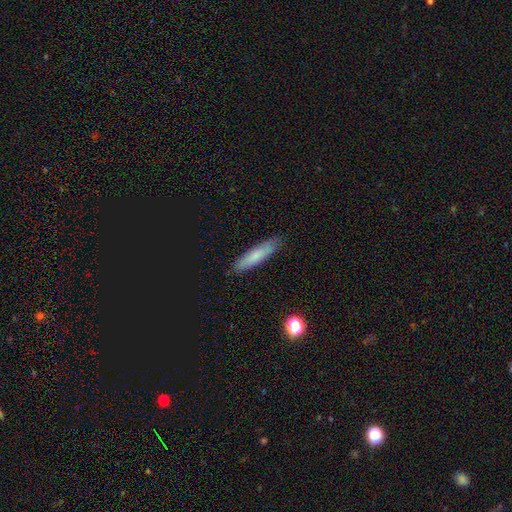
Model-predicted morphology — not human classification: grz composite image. It shows a smooth galaxy with no disk features (72%) that is cigar-shaped (82%). Merging: none (87%).